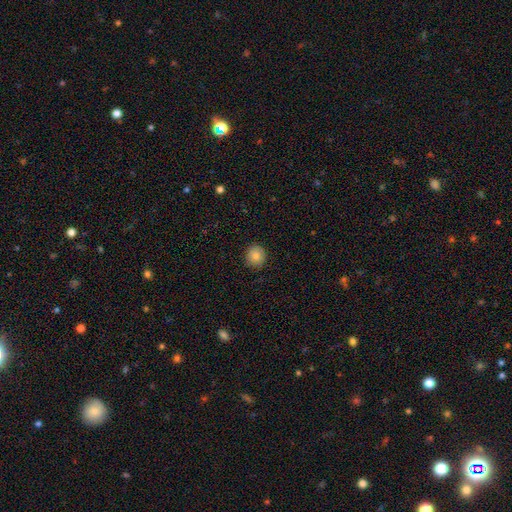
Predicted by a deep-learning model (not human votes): Smooth or featured?
  - smooth: 81% *
  - featured or disk: 10%
  - star or artifact: 9%
How rounded?
  - round: 89% *
  - in between: 10%
  - cigar-shaped: 1%
Merging?
  - none: 88% *
  - minor disturbance: 9%
  - major disturbance: 2%
  - merger: 1%